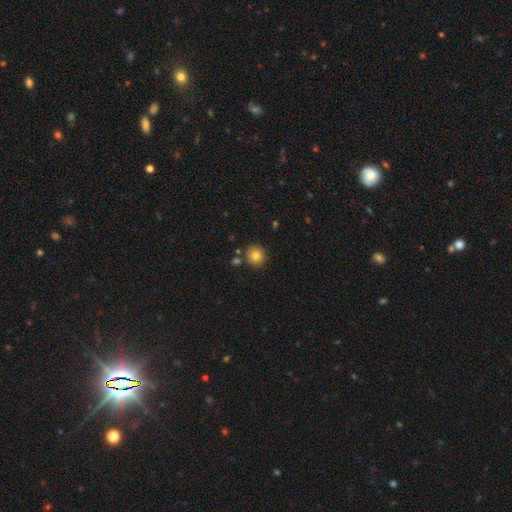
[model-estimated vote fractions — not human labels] A smooth galaxy with no disk features (81%) that is round (87%).

Vote fractions:
- Smooth or featured? smooth: 81% / star or artifact: 11% / featured or disk: 9%
- How rounded? round: 87% / in between: 12% / cigar-shaped: 1%
- Merging? none: 84% / minor disturbance: 8% / merger: 6% / major disturbance: 2%